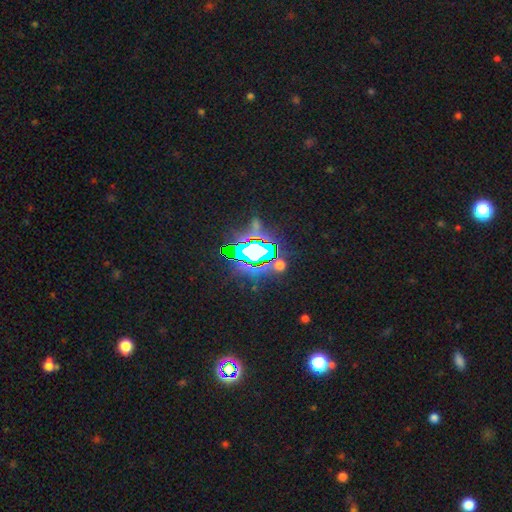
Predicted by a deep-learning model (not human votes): This is likely a star or artifact rather than a galaxy (75%).